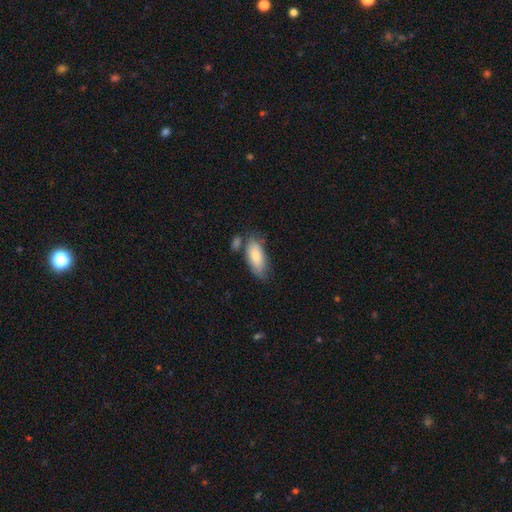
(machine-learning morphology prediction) Q: Smooth or featured?
A: smooth (79%); runner-up: featured or disk (16%)
Q: How rounded?
A: in between (87%); runner-up: cigar-shaped (11%)
Q: Merging?
A: none (58%); runner-up: minor disturbance (23%)